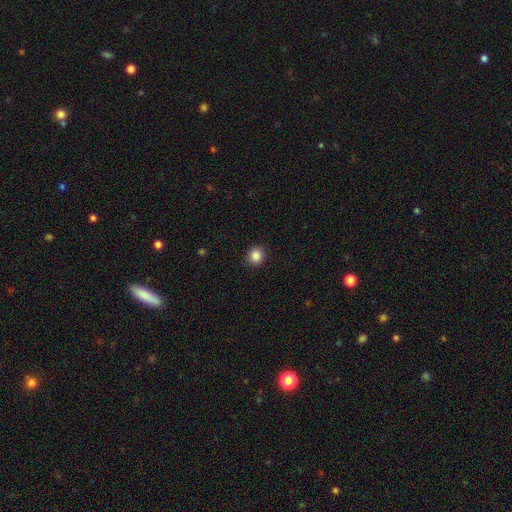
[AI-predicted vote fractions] Overall: smooth (87%). How rounded: round (83%). Merging: none (91%).